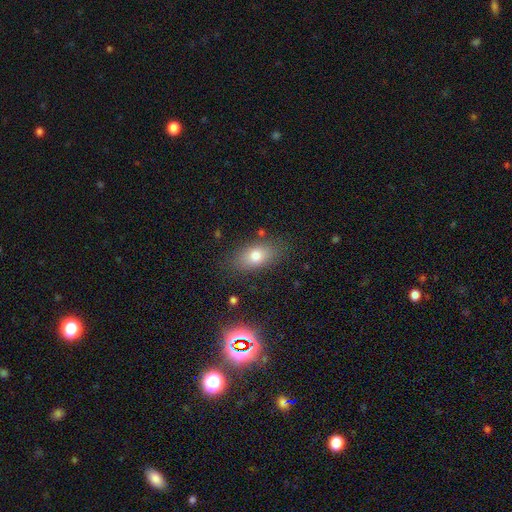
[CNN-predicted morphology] A smooth galaxy with no disk features (76%) that is in between round and cigar-shaped (85%). Merging: none (80%).